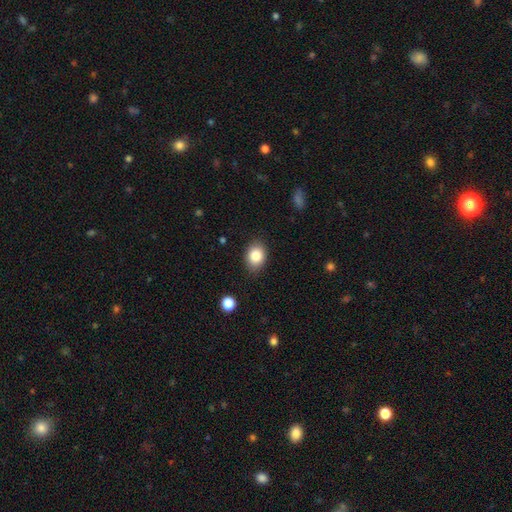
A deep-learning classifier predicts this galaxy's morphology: Smooth or featured: smooth — 85% (star or artifact — 9%)
How rounded: in between — 64% (round — 35%)
Merging: none — 85% (minor disturbance — 11%)